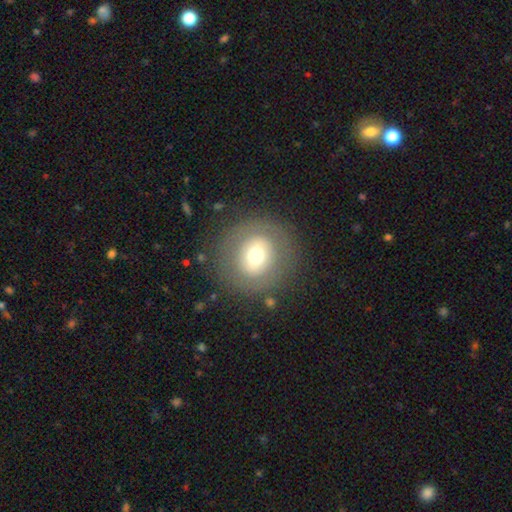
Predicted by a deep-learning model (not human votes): A smooth galaxy with no disk features (57%) that is round (90%).

Vote fractions:
- Smooth or featured? smooth: 57% / featured or disk: 34% / star or artifact: 9%
- How rounded? round: 90% / in between: 9% / cigar-shaped: 1%
- Merging? none: 84% / minor disturbance: 9% / major disturbance: 6% / merger: 2%